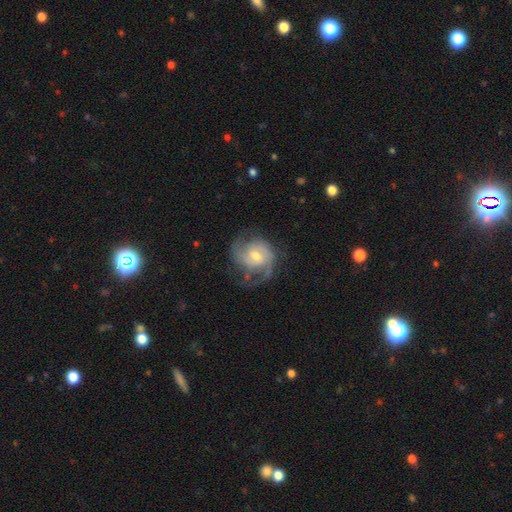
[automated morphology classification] A featured or disk galaxy (84%) with no bar (49%), 2 (63%) medium (46%) spiral arms (96%) and a moderate central bulge (58%).

Vote fractions:
- Smooth or featured? featured or disk: 84% / smooth: 11% / star or artifact: 5%
- Edge-on disk? no: 98% / yes: 2%
- Bar? no: 49% / weak: 42% / strong: 9%
- Spiral arms? yes: 96% / no: 4%
- Spiral winding? medium: 46% / tight: 38% / loose: 17%
- Spiral arm count? 2: 63% / 3: 14% / can't tell: 12% / 1: 5% / 4: 3% / more than 4: 3%
- Bulge size? moderate: 58% / small: 36% / large: 4% / none: 1% / dominant: 1%
- Merging? none: 64% / minor disturbance: 20% / major disturbance: 14% / merger: 2%